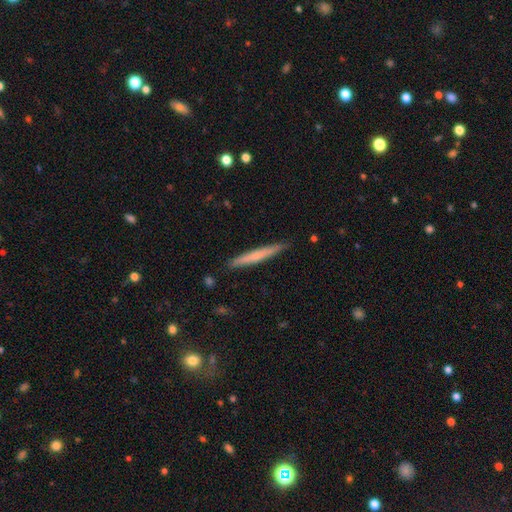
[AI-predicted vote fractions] Smooth or featured: smooth — 58% (featured or disk — 36%)
How rounded: cigar-shaped — 96% (in between — 2%)
Merging: none — 89% (minor disturbance — 8%)